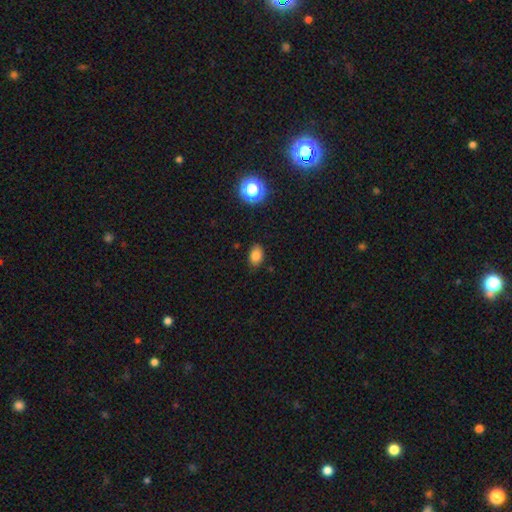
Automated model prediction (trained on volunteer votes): Smooth or featured? smooth (82%)
How rounded? in between (80%)
Merging? none (82%)